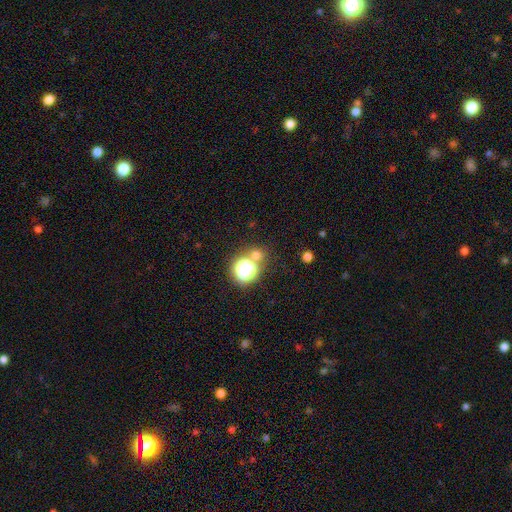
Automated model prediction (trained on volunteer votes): Overall: smooth (62%; star or artifact 31%). How rounded: round (87%). Merging: none (67%).